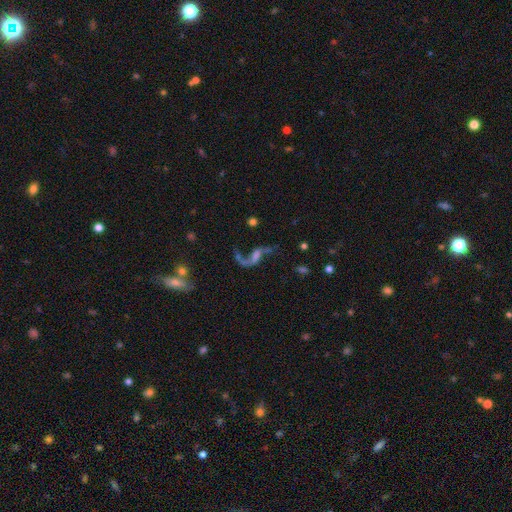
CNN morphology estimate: Smooth or featured? Predicted: featured or disk (p=0.79). Edge-on disk? Predicted: no (p=0.94). Bar? Predicted: no (p=0.45). Spiral arms? Predicted: yes (p=0.91). Spiral winding? Predicted: loose (p=0.91). Spiral arm count? Predicted: 2 (p=0.84). Bulge size? Predicted: none (p=0.36). Merging? Predicted: none (p=0.54).